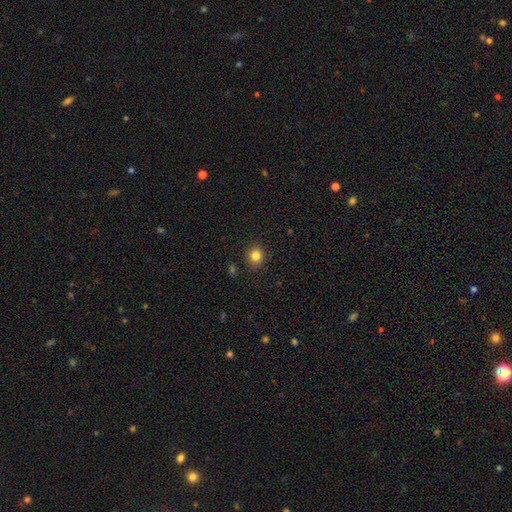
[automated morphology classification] Q: Smooth or featured?
A: smooth (83%); runner-up: star or artifact (12%)
Q: How rounded?
A: round (83%); runner-up: in between (16%)
Q: Merging?
A: none (90%); runner-up: minor disturbance (7%)